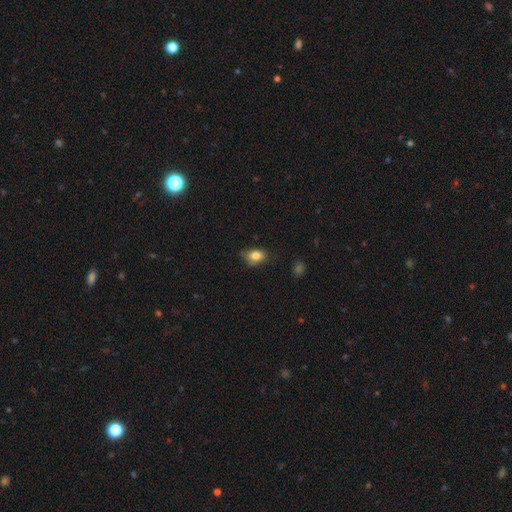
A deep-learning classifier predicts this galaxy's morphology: smooth_or_featured: smooth (p=0.82) [alt: star or artifact p=0.09]
how_rounded: in between (p=0.77) [alt: round p=0.21]
merging: none (p=0.71) [alt: minor disturbance p=0.23]